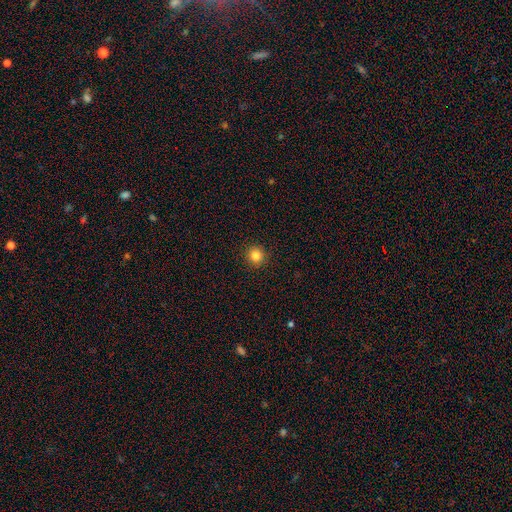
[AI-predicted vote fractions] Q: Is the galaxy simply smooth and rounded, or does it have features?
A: smooth — 83%.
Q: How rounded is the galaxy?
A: round — 95%.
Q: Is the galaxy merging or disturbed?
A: none — 93%.